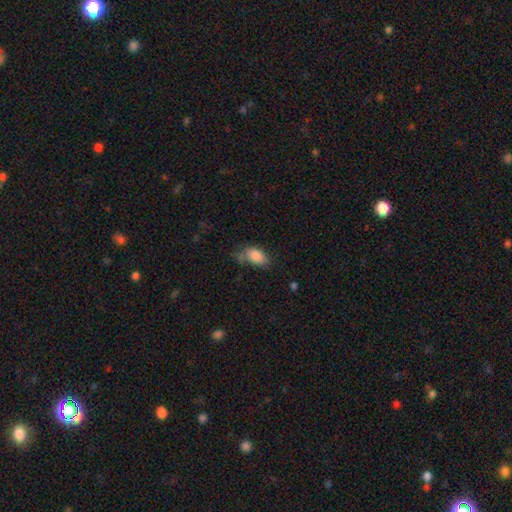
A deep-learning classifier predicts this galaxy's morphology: Smooth or featured: smooth — 85% (star or artifact — 8%)
How rounded: in between — 91% (round — 6%)
Merging: none — 46% (minor disturbance — 32%)